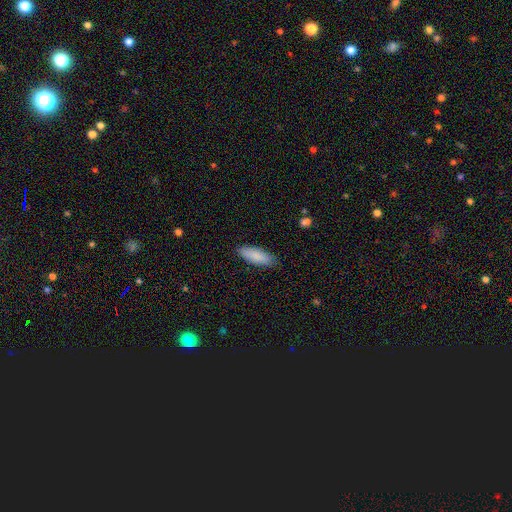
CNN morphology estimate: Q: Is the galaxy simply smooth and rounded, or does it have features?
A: smooth — 86%.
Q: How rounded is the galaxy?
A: in between — 67%.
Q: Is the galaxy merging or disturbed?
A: none — 86%.